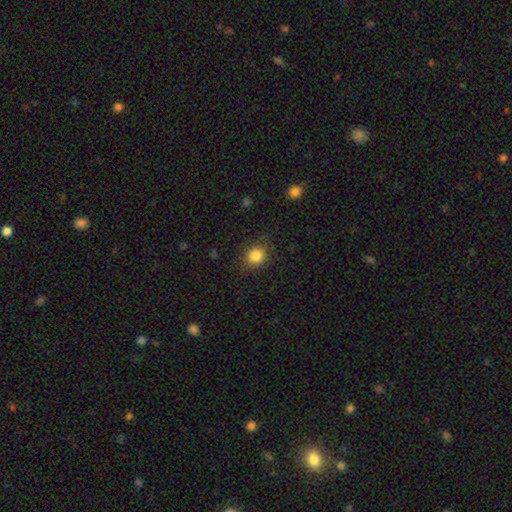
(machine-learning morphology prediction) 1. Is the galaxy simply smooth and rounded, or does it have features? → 85% smooth, 11% star or artifact, 5% featured or disk.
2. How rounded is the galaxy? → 78% round, 21% in between, 1% cigar-shaped.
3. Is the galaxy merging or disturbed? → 84% none, 12% minor disturbance, 4% major disturbance, 1% merger.